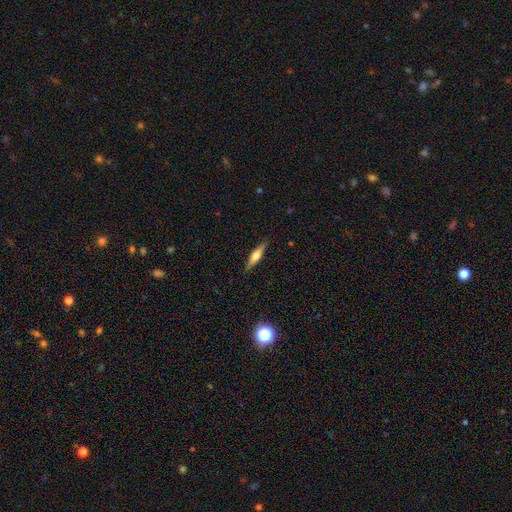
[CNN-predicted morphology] This appears to be a featured or disk galaxy (47%, tied with smooth). Merging: none (88%).